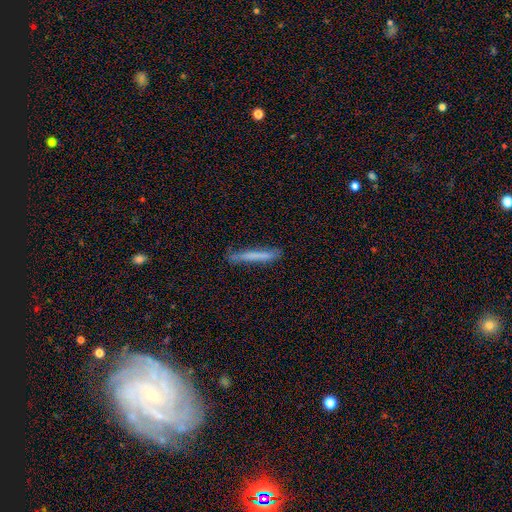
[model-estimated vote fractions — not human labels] This appears to be a smooth galaxy with no disk features (66%) that is cigar-shaped (96%). Merging: none (77%).